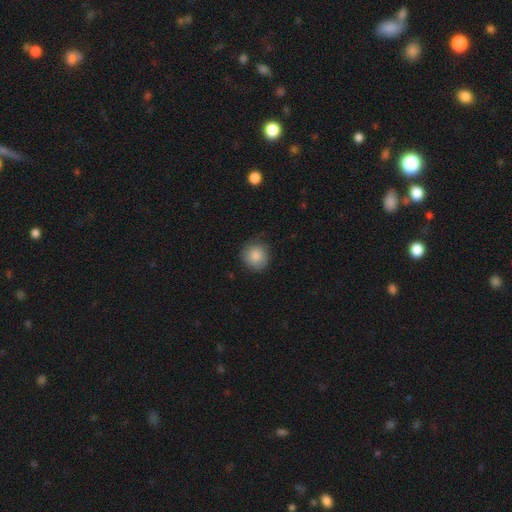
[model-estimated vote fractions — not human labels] Morphology: type=smooth (86%); roundness=round (89%); merging=none (76%).